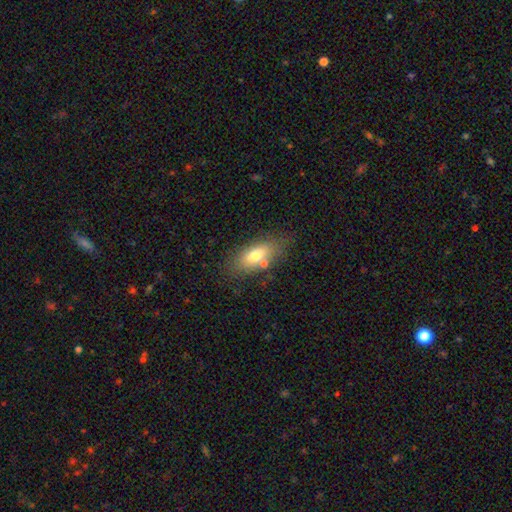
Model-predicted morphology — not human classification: smooth_or_featured: smooth (p=0.71) [alt: featured or disk p=0.21]
how_rounded: in between (p=0.83) [alt: cigar-shaped p=0.13]
merging: none (p=0.70) [alt: minor disturbance p=0.16]